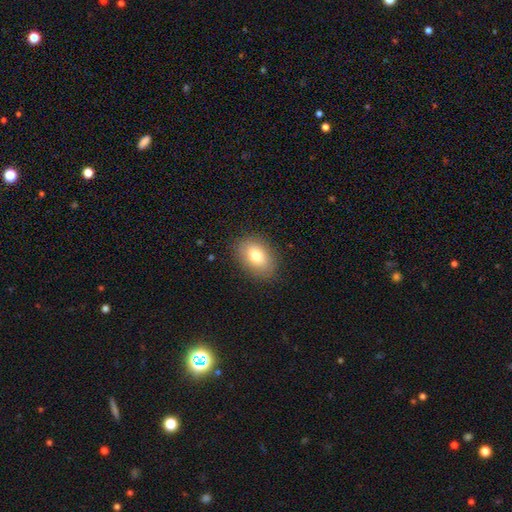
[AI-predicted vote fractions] Smooth or featured?
  - smooth: 77% *
  - featured or disk: 14%
  - star or artifact: 9%
How rounded?
  - in between: 79% *
  - round: 20%
  - cigar-shaped: 1%
Merging?
  - none: 86% *
  - minor disturbance: 10%
  - major disturbance: 3%
  - merger: 1%